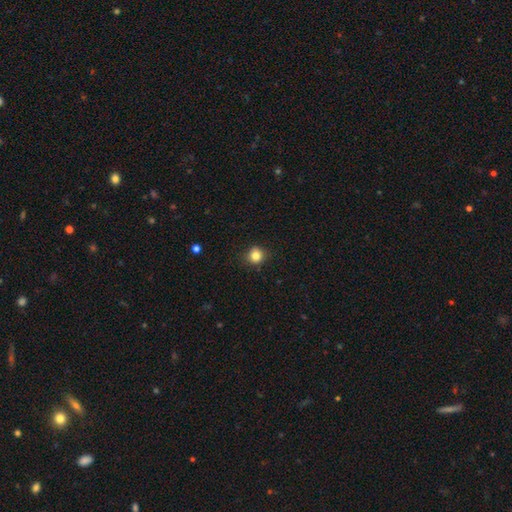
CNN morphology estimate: The model was most divided on "smooth or featured": smooth: 83%, star or artifact: 12%, featured or disk: 5%. More confident: how rounded — round (89%); merging — none (86%).